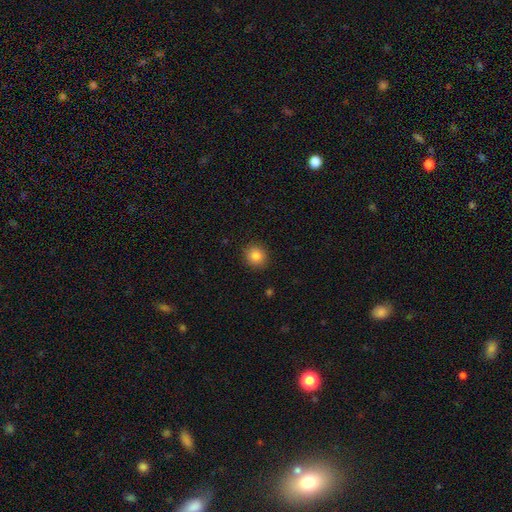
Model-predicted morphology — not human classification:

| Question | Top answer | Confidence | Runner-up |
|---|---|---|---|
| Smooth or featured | smooth | 84% | star or artifact (10%) |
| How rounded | round | 86% | in between (13%) |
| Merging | none | 90% | minor disturbance (7%) |